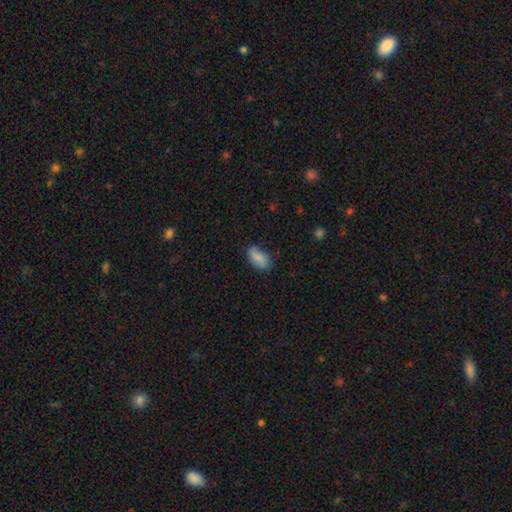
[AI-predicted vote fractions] Q: Smooth or featured?
A: smooth (78%); runner-up: featured or disk (15%)
Q: How rounded?
A: in between (92%); runner-up: round (5%)
Q: Merging?
A: none (73%); runner-up: minor disturbance (21%)